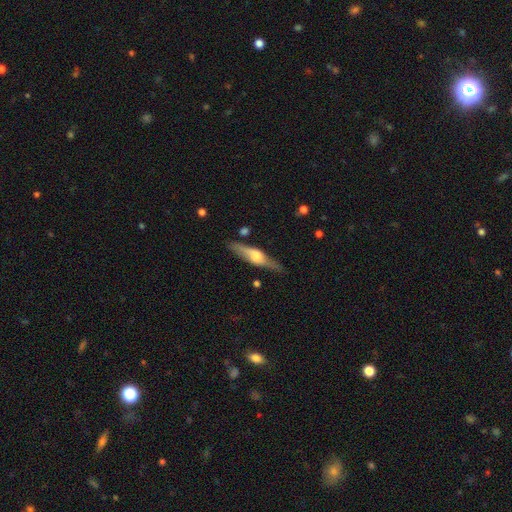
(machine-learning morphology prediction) Q: Smooth or featured?
A: featured or disk (65%); runner-up: smooth (30%)
Q: Edge-on disk?
A: yes (94%); runner-up: no (6%)
Q: Edge-on bulge?
A: rounded (90%); runner-up: boxy (8%)
Q: Merging?
A: none (82%); runner-up: minor disturbance (13%)